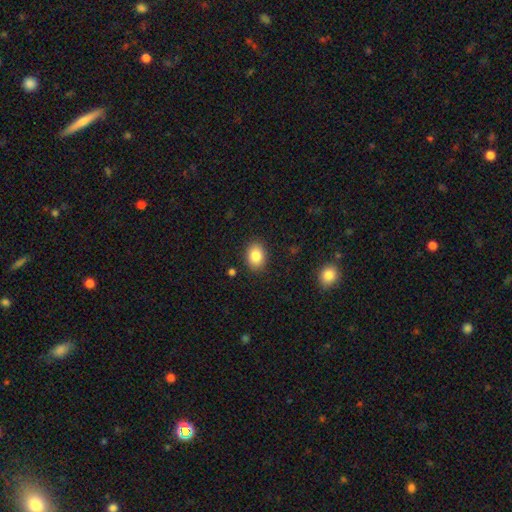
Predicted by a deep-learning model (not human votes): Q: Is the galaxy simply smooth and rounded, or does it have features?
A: smooth — 84%.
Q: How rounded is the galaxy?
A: in between — 71%.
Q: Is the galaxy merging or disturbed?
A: none — 88%.